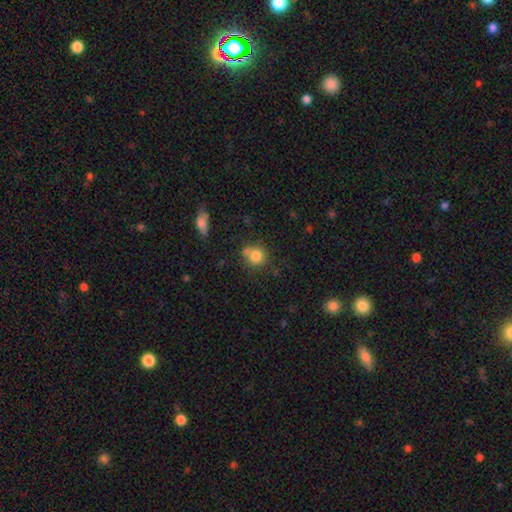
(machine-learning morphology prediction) Smooth or featured? Predicted: smooth (p=0.80). How rounded? Predicted: round (p=0.82). Merging? Predicted: none (p=0.56).